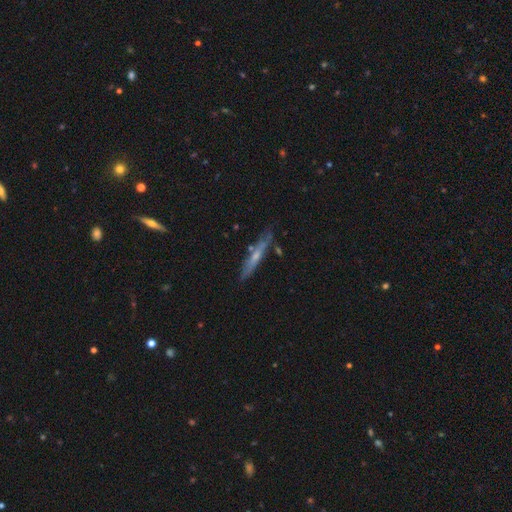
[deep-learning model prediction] Smooth or featured: featured or disk — 55% (smooth — 38%)
Edge-on disk: yes — 88% (no — 12%)
Merging: none — 77% (minor disturbance — 16%)